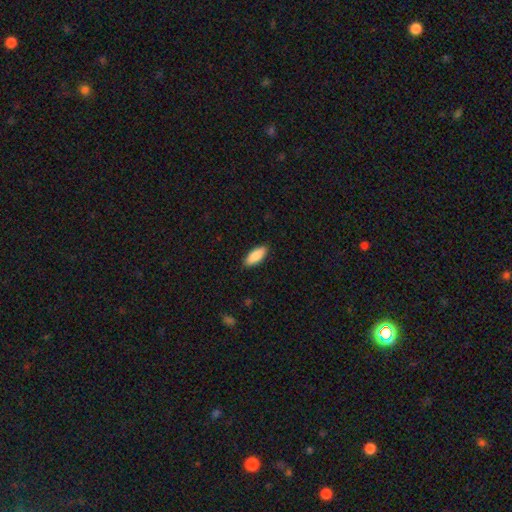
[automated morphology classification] Smooth or featured: smooth — 87% (featured or disk — 7%)
How rounded: in between — 82% (cigar-shaped — 16%)
Merging: none — 89% (minor disturbance — 8%)